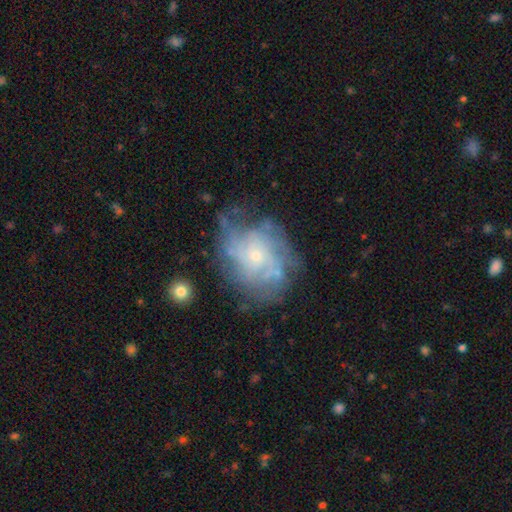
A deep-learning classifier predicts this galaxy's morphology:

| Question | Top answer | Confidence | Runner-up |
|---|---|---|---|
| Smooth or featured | featured or disk | 76% | smooth (15%) |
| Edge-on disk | no | 97% | yes (3%) |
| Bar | no | 82% | weak (16%) |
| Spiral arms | yes | 84% | no (16%) |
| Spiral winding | tight | 52% | medium (33%) |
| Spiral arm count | can't tell | 47% | 4 (15%) |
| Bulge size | small | 76% | moderate (19%) |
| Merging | none | 60% | minor disturbance (22%) |